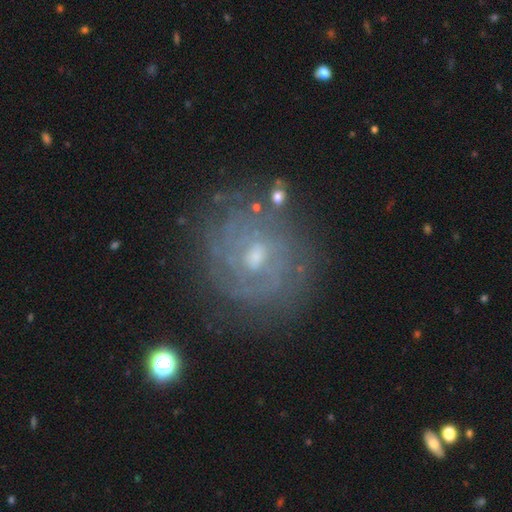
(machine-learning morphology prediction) Q: Smooth or featured?
A: featured or disk (78%); runner-up: smooth (14%)
Q: Edge-on disk?
A: no (97%); runner-up: yes (3%)
Q: Bar?
A: no (50%); runner-up: weak (42%)
Q: Spiral arms?
A: yes (79%); runner-up: no (21%)
Q: Spiral winding?
A: tight (70%); runner-up: medium (23%)
Q: Spiral arm count?
A: can't tell (54%); runner-up: 2 (14%)
Q: Bulge size?
A: moderate (47%); runner-up: small (45%)
Q: Merging?
A: none (74%); runner-up: minor disturbance (16%)